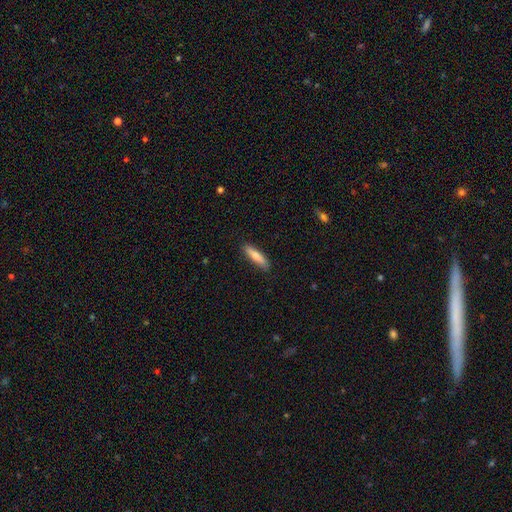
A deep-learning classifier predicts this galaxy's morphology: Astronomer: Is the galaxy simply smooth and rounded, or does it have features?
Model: smooth — 73%.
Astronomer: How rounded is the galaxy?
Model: cigar-shaped — 77%.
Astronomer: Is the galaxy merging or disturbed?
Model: none — 88%.